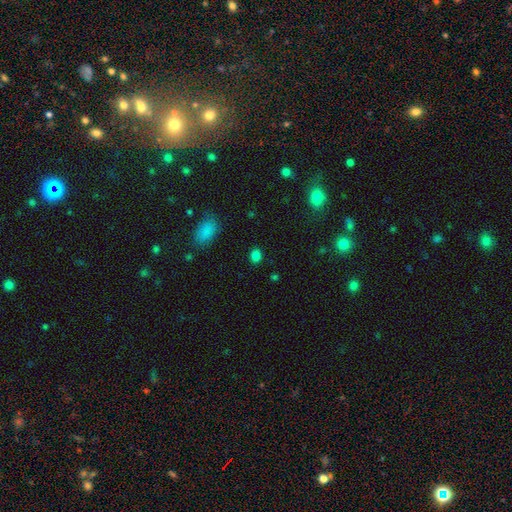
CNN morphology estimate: Smooth or featured? smooth (81%)
How rounded? in between (51%)
Merging? none (87%)